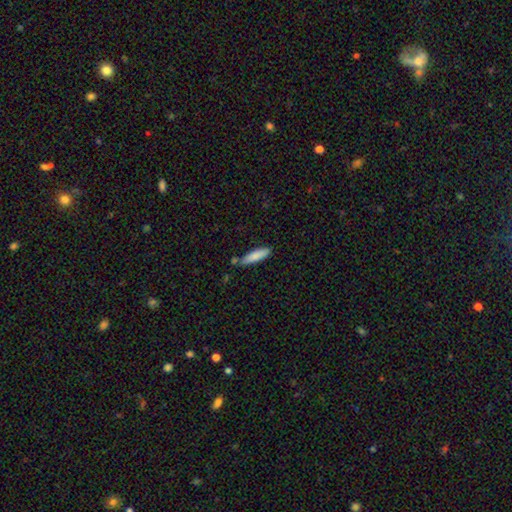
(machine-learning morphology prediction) smooth_or_featured: smooth (p=0.82) [alt: featured or disk p=0.12]
how_rounded: cigar-shaped (p=0.72) [alt: in between p=0.27]
merging: none (p=0.72) [alt: minor disturbance p=0.16]